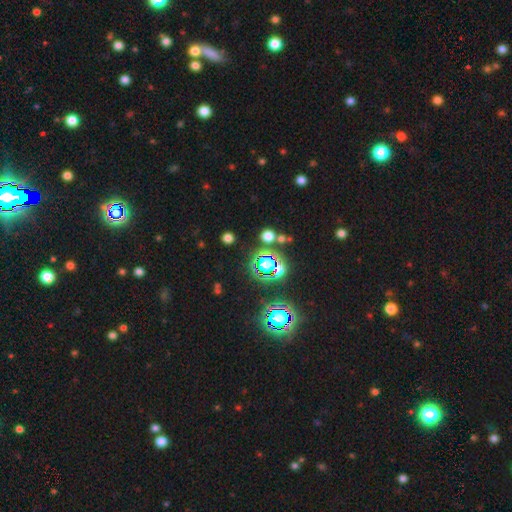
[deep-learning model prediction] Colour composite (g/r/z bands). It shows a star or artifact, not a galaxy (80%).